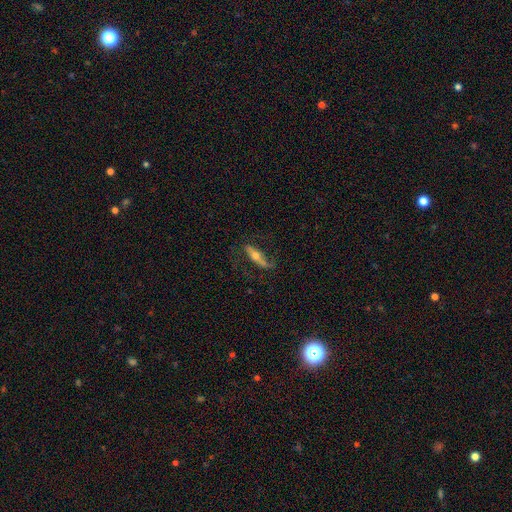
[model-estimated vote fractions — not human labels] Smooth or featured? Predicted: featured or disk (p=0.63). Edge-on disk? Predicted: no (p=0.53). Merging? Predicted: none (p=0.70).